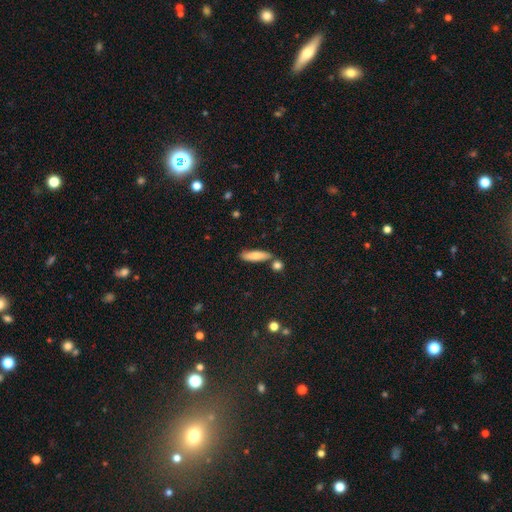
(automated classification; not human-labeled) smooth-or-featured: smooth: 76% | featured or disk: 18% | star or artifact: 6%
  how-rounded: cigar-shaped: 66% | in between: 32% | round: 2%
  merging: none: 78% | minor disturbance: 11% | merger: 9% | major disturbance: 2%